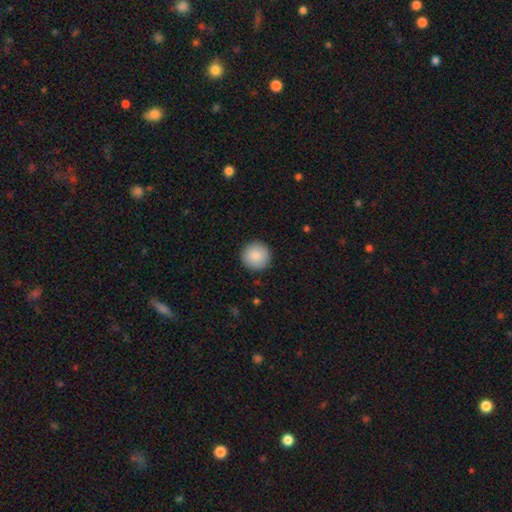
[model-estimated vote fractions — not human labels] Smooth or featured? Predicted: smooth (p=0.88). How rounded? Predicted: round (p=0.96). Merging? Predicted: none (p=0.92).